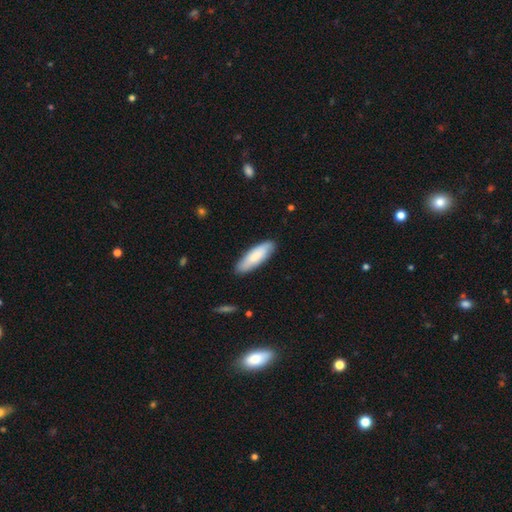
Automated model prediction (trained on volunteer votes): Smooth or featured? smooth (81%)
How rounded? in between (51%)
Merging? none (87%)